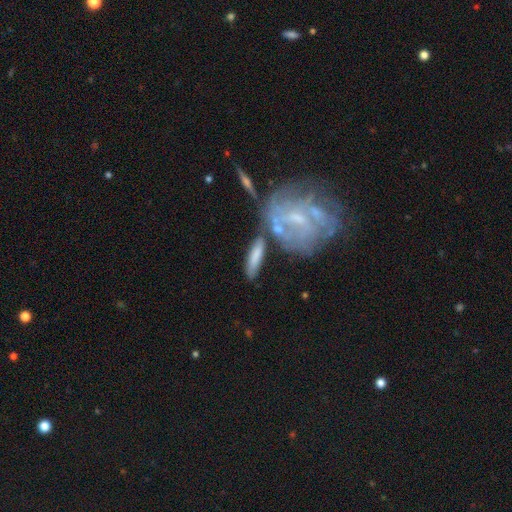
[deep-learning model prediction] The model was most divided on "how rounded": cigar-shaped: 71%, in between: 26%, round: 3%. More confident: smooth or featured — smooth (71%); merging — none (66%).